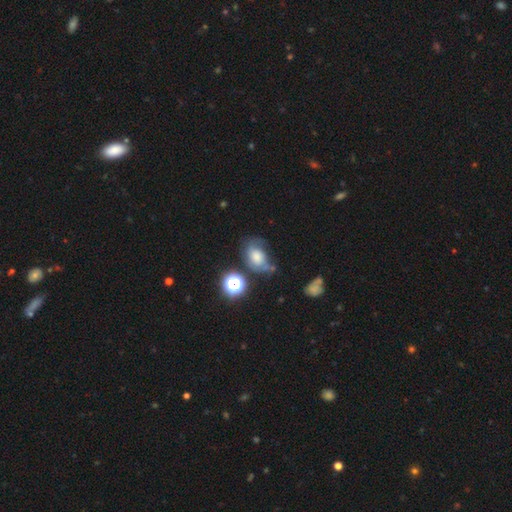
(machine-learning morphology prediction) Smooth or featured? smooth (48%)
Merging? none (40%)